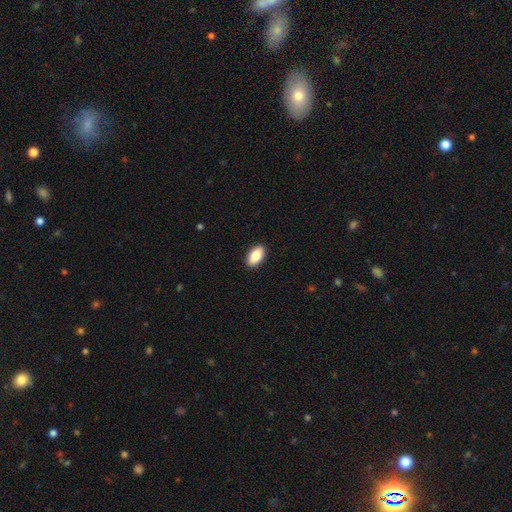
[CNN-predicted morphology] smooth-or-featured: smooth: 85% | featured or disk: 8% | star or artifact: 6%
  how-rounded: in between: 93% | round: 4% | cigar-shaped: 3%
  merging: none: 91% | minor disturbance: 7% | major disturbance: 2% | merger: 1%